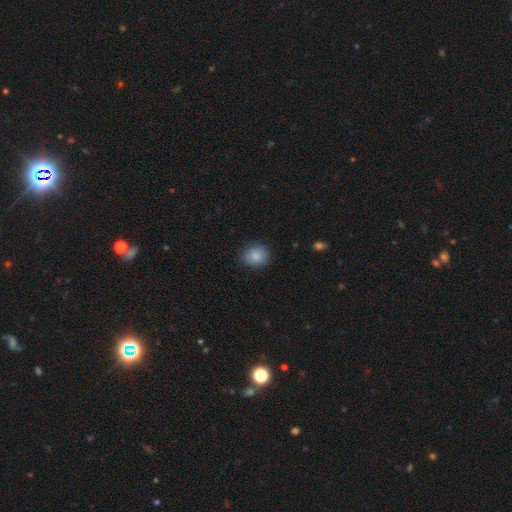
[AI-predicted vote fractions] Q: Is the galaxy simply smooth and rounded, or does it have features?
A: smooth — 86%.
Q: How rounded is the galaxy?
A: round — 70%.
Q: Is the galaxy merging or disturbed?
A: none — 88%.